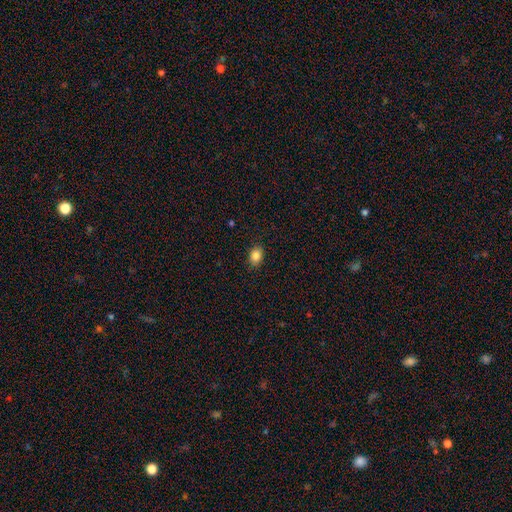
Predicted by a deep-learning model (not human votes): This appears to be a smooth galaxy with no disk features (85%) that is in between round and cigar-shaped (67%). Merging: none (87%).